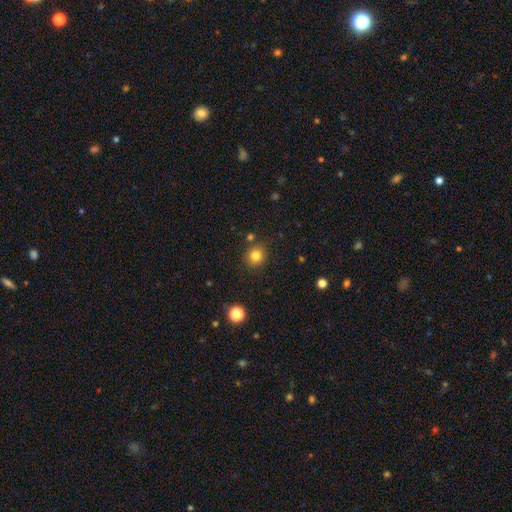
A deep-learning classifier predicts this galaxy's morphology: A smooth galaxy with no disk features (81%) that is round (89%). Merging: none (84%).